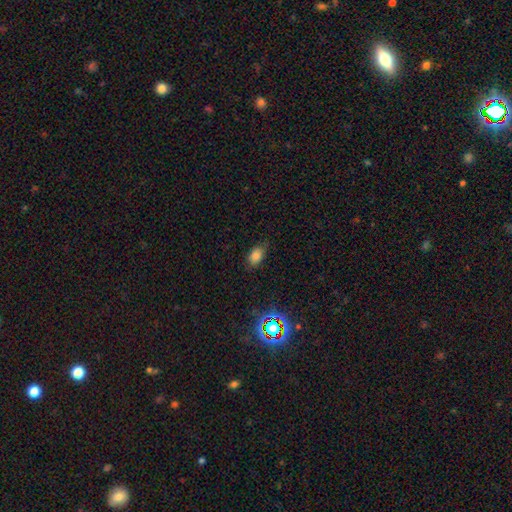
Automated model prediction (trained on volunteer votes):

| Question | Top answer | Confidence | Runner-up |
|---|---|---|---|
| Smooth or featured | smooth | 79% | star or artifact (14%) |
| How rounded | in between | 87% | round (11%) |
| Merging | none | 72% | minor disturbance (21%) |